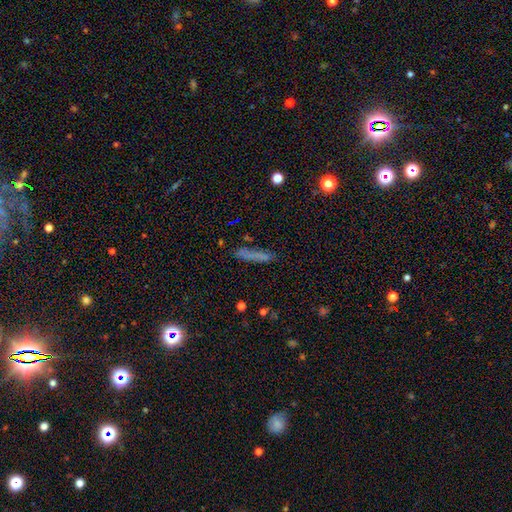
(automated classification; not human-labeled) Morphology: type=smooth (66%); roundness=cigar-shaped (89%); merging=none (78%).